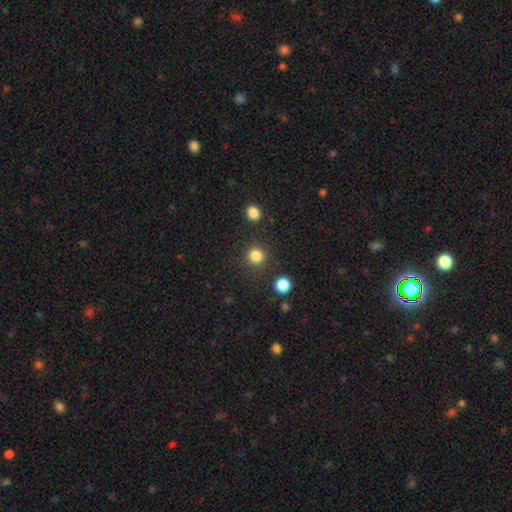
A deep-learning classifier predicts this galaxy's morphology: type=smooth (84%); roundness=round (93%); merging=none (88%).